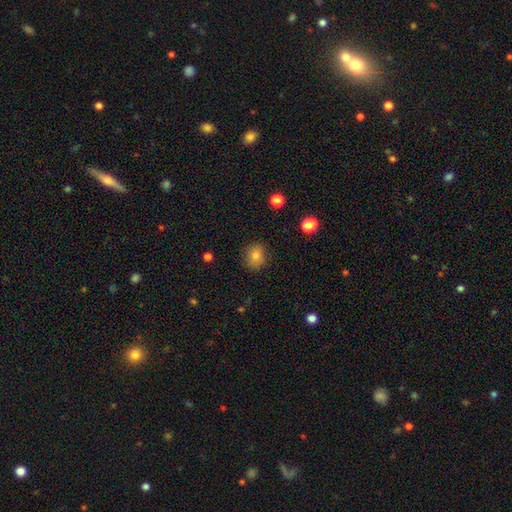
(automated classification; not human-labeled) A smooth galaxy with no disk features (79%) that is round (67%). Merging: none (85%).